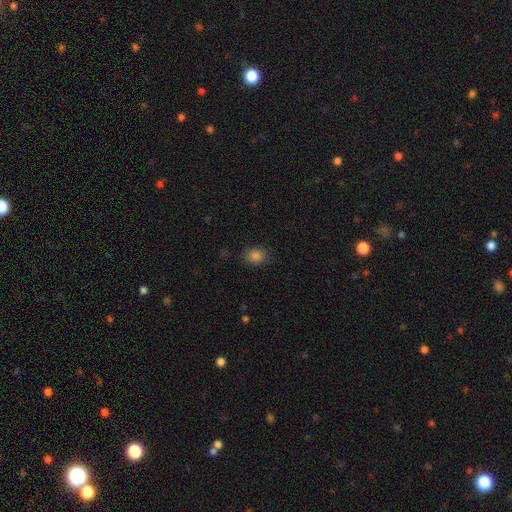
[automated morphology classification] type=smooth (83%); roundness=in between (50%); merging=none (83%).